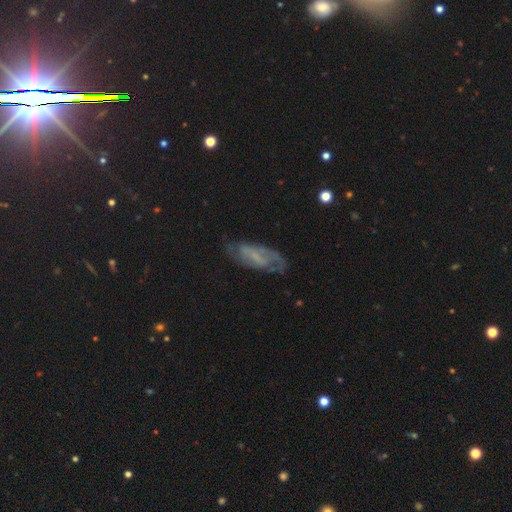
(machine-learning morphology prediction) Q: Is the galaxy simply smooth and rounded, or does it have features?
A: featured or disk — 63%.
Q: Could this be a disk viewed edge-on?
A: no — 87%.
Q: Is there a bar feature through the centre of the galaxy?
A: weak — 44%.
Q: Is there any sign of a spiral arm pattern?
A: yes — 78%.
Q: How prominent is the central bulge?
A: none — 44%.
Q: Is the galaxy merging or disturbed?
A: none — 64%.